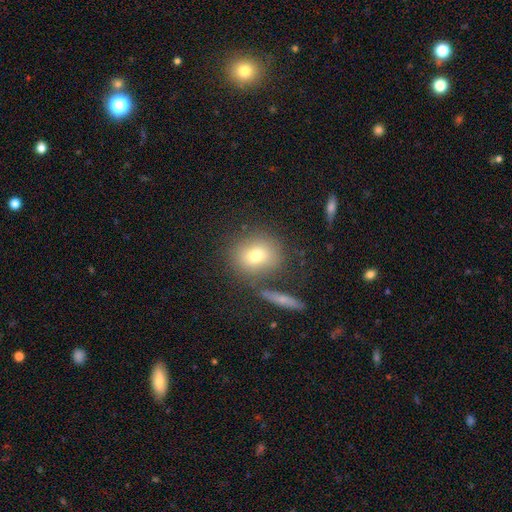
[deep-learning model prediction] A smooth galaxy with no disk features (73%) that is round (76%).

Vote fractions:
- Smooth or featured? smooth: 73% / featured or disk: 15% / star or artifact: 12%
- How rounded? round: 76% / in between: 23% / cigar-shaped: 2%
- Merging? none: 75% / minor disturbance: 11% / merger: 10% / major disturbance: 5%